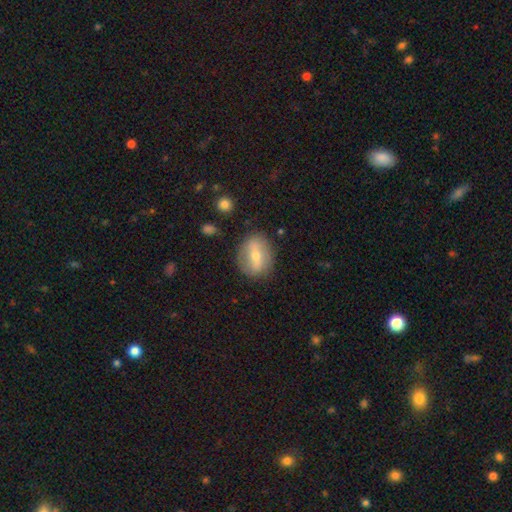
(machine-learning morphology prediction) smooth_or_featured: featured or disk (p=0.51) [alt: smooth p=0.41]
disk_edge_on: no (p=0.88) [alt: yes p=0.12]
merging: none (p=0.81) [alt: minor disturbance p=0.13]